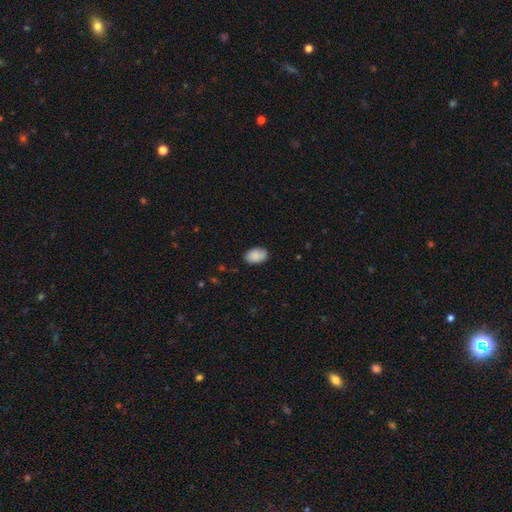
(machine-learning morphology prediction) Q: Smooth or featured?
A: smooth (86%); runner-up: star or artifact (7%)
Q: How rounded?
A: in between (87%); runner-up: round (12%)
Q: Merging?
A: none (80%); runner-up: minor disturbance (16%)